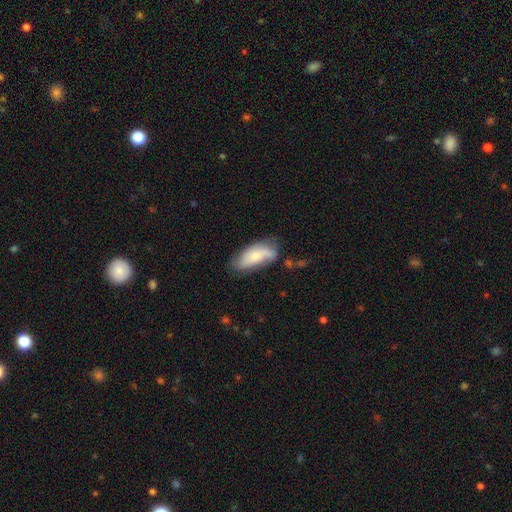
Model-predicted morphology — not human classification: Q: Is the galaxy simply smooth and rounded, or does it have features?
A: smooth — 58%.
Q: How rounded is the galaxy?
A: in between — 84%.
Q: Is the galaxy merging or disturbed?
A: none — 51%.